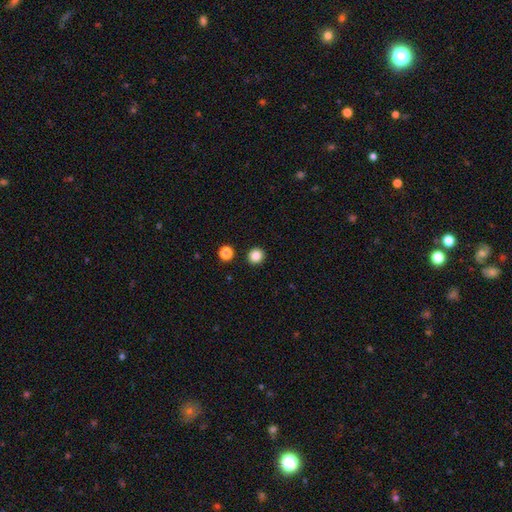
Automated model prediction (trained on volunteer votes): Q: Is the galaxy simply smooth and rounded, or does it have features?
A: smooth — 86%.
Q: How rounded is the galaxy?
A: round — 90%.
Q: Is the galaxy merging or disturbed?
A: none — 92%.